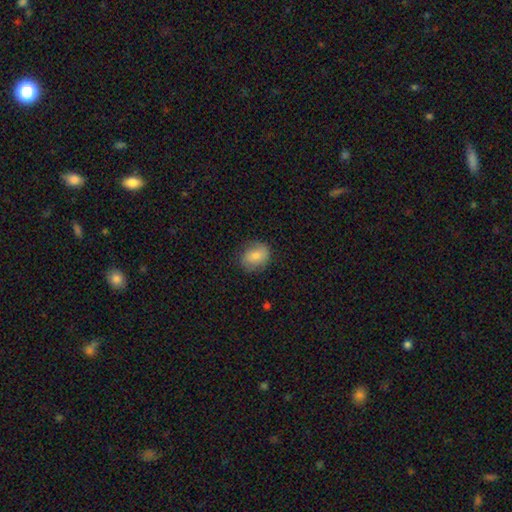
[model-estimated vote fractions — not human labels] Morphology: type=smooth (78%); roundness=round (57%); merging=none (76%).